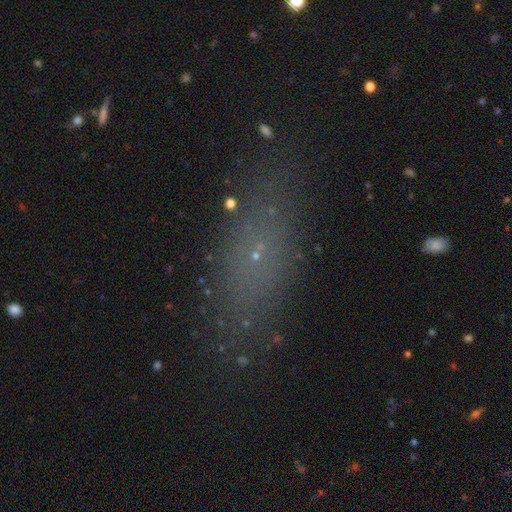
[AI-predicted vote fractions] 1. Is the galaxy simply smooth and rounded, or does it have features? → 55% smooth, 23% star or artifact, 22% featured or disk.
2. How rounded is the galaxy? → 67% in between, 25% cigar-shaped, 9% round.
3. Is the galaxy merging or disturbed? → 80% none, 13% minor disturbance, 5% major disturbance, 2% merger.